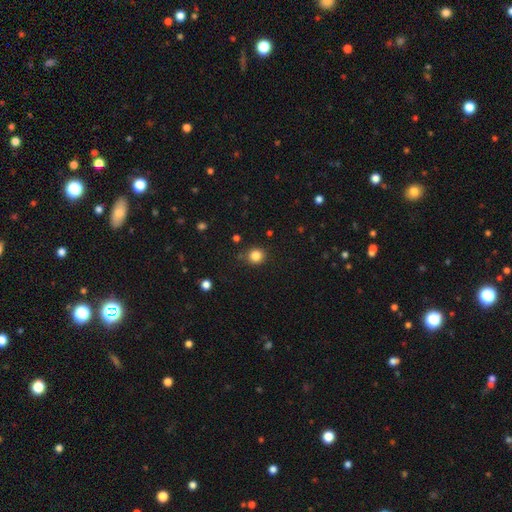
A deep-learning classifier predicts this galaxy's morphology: smooth_or_featured: smooth (p=0.84) [alt: star or artifact p=0.12]
how_rounded: round (p=0.88) [alt: in between p=0.11]
merging: none (p=0.84) [alt: minor disturbance p=0.10]